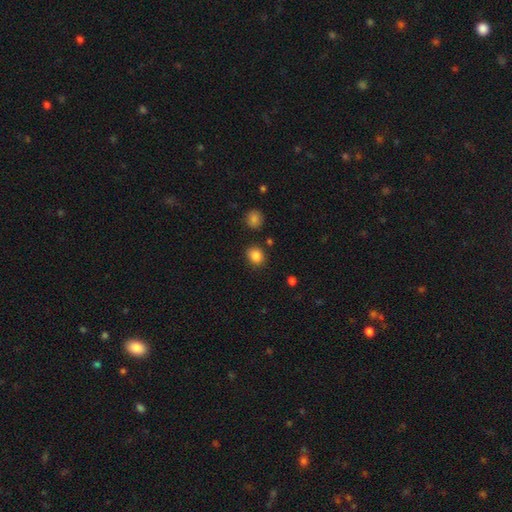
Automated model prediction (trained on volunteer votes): Smooth or featured? smooth (86%)
How rounded? round (64%)
Merging? none (86%)